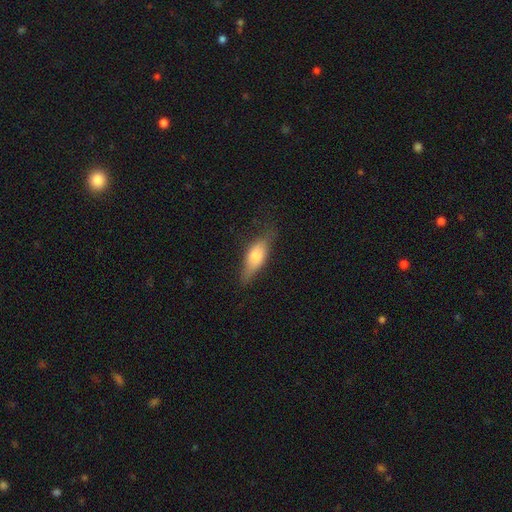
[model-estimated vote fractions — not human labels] This appears to be a smooth galaxy with no disk features (64%) that is in between round and cigar-shaped (62%). Merging: none (64%).